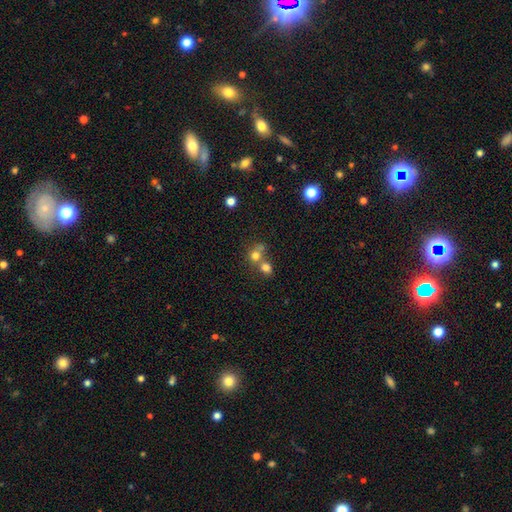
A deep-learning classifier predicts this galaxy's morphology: smooth 73%, star or artifact 15%, featured or disk 12%. Down the decision tree: how rounded — round (78%); merging — merger (54%).